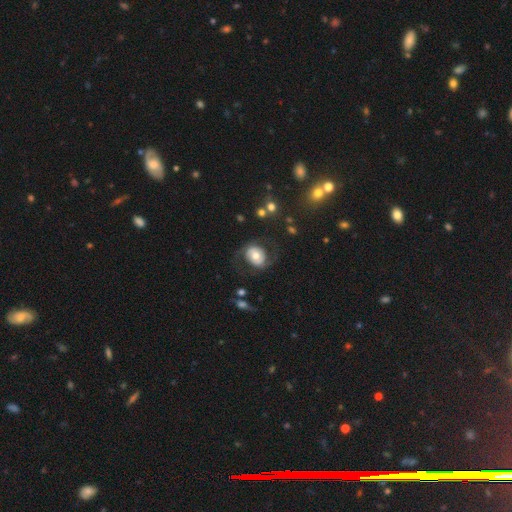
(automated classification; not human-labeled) smooth-or-featured: featured or disk: 56% | smooth: 36% | star or artifact: 8%
  disk-edge-on: no: 97% | yes: 3%
    bar: no: 66% | weak: 23% | strong: 11%
    has-spiral-arms: yes: 70% | no: 30%
    bulge-size: moderate: 65% | small: 18% | large: 12% | dominant: 3% | none: 2%
  merging: none: 67% | major disturbance: 16% | minor disturbance: 15% | merger: 2%